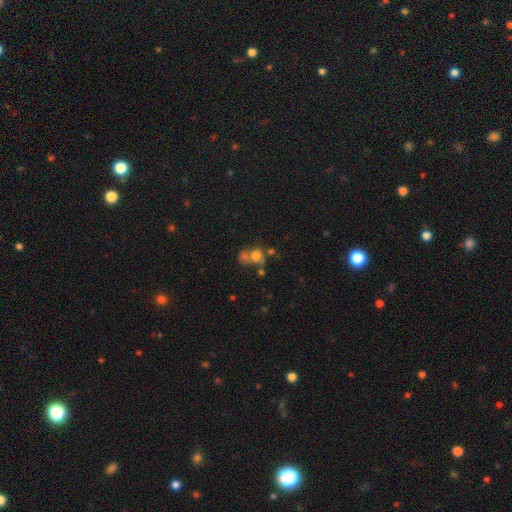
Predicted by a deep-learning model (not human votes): This is likely a smooth galaxy (64%). How rounded: likely round (67%). Merging: possibly merger (47%).